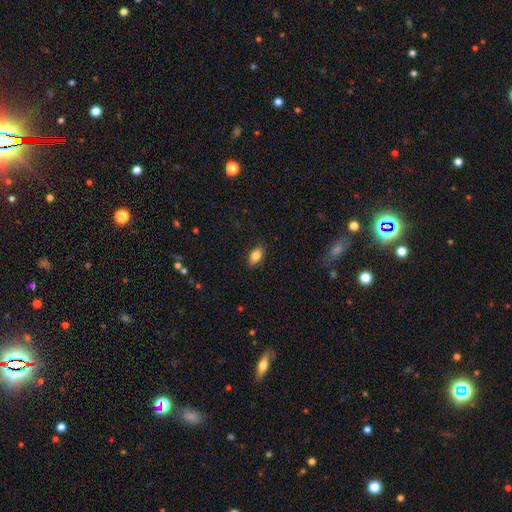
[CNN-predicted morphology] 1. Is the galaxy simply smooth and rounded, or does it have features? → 79% smooth, 12% featured or disk, 8% star or artifact.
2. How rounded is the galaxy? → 85% in between, 8% round, 7% cigar-shaped.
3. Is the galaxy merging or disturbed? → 84% none, 12% minor disturbance, 3% major disturbance, 1% merger.